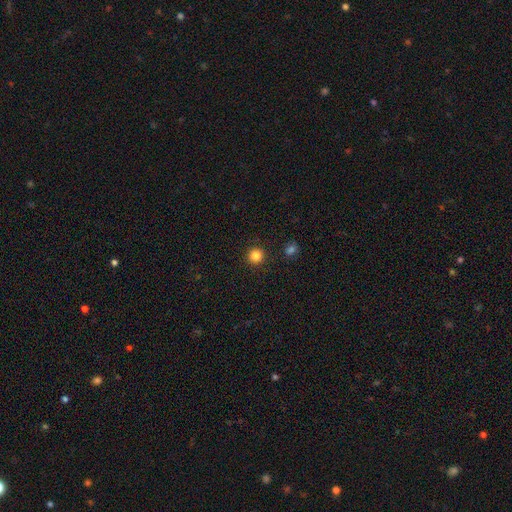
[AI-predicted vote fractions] Smooth or featured?
  - smooth: 84% *
  - star or artifact: 12%
  - featured or disk: 4%
How rounded?
  - round: 95% *
  - in between: 4%
  - cigar-shaped: 1%
Merging?
  - none: 92% *
  - minor disturbance: 5%
  - major disturbance: 2%
  - merger: 2%